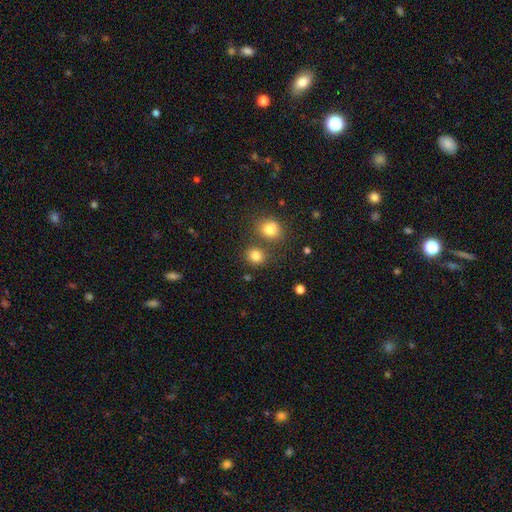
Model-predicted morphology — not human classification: smooth-or-featured: smooth: 81% | star or artifact: 13% | featured or disk: 6%
  how-rounded: round: 77% | in between: 22% | cigar-shaped: 1%
  merging: none: 72% | merger: 16% | minor disturbance: 9% | major disturbance: 3%